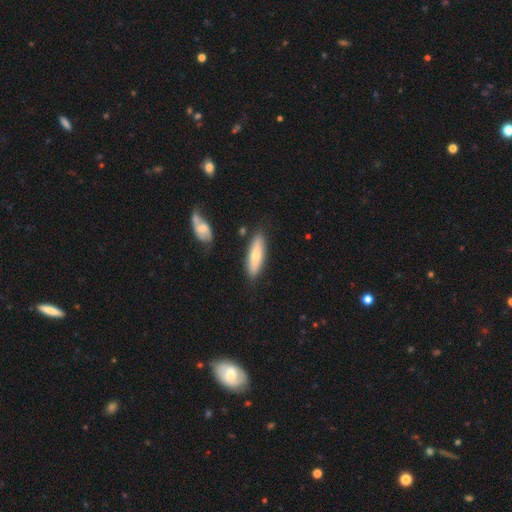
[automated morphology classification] Smooth or featured? smooth (64%)
How rounded? cigar-shaped (58%)
Merging? none (81%)